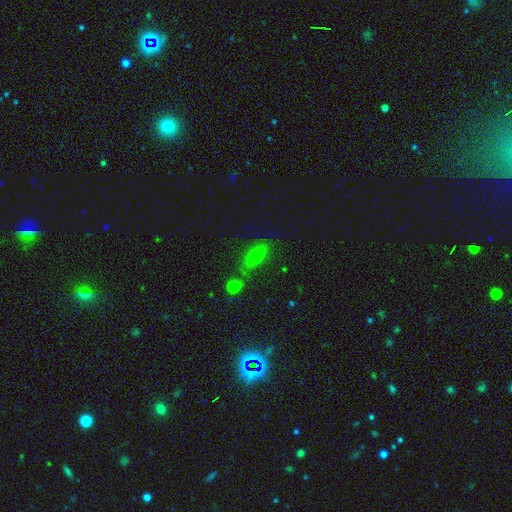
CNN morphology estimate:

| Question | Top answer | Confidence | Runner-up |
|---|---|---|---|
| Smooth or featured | smooth | 66% | featured or disk (23%) |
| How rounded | in between | 58% | cigar-shaped (37%) |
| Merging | none | 74% | minor disturbance (15%) |